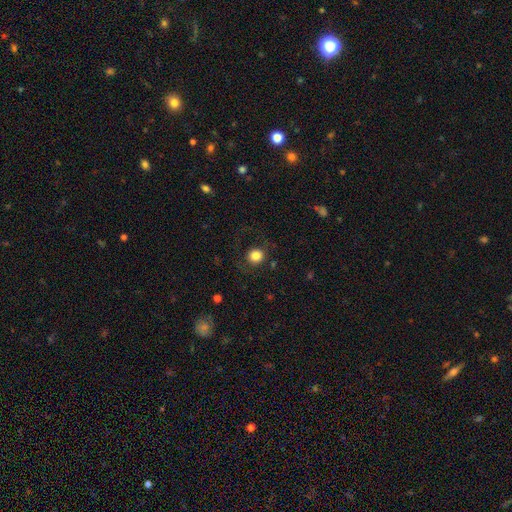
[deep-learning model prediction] Smooth or featured? smooth (82%)
How rounded? round (89%)
Merging? none (78%)